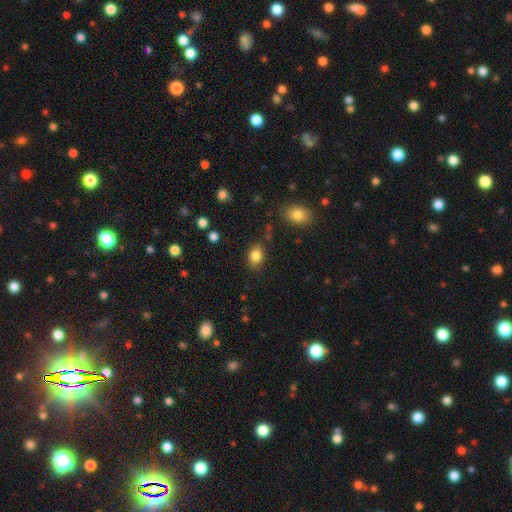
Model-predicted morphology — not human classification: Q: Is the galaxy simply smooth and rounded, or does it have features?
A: smooth — 85%.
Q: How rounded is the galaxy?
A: in between — 68%.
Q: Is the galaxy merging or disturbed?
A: none — 81%.